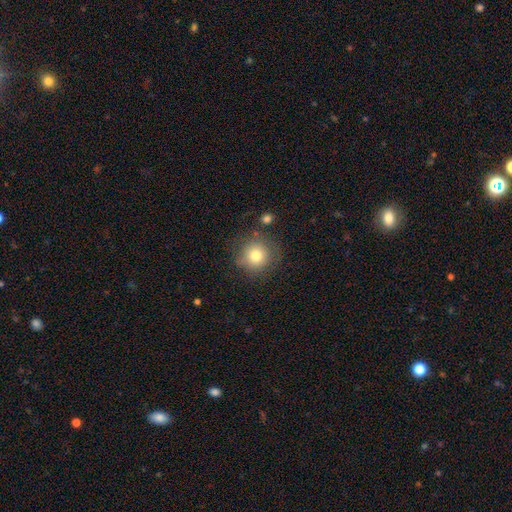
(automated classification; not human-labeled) Q: Smooth or featured?
A: smooth (78%); runner-up: featured or disk (11%)
Q: How rounded?
A: round (92%); runner-up: in between (7%)
Q: Merging?
A: none (77%); runner-up: minor disturbance (14%)